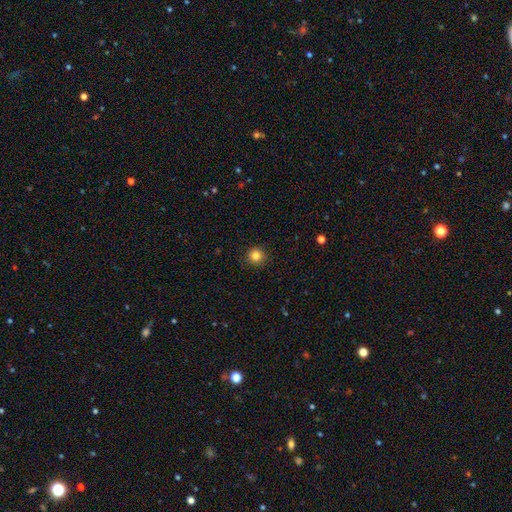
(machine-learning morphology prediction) Smooth or featured? Predicted: smooth (p=0.83). How rounded? Predicted: round (p=0.94). Merging? Predicted: none (p=0.91).